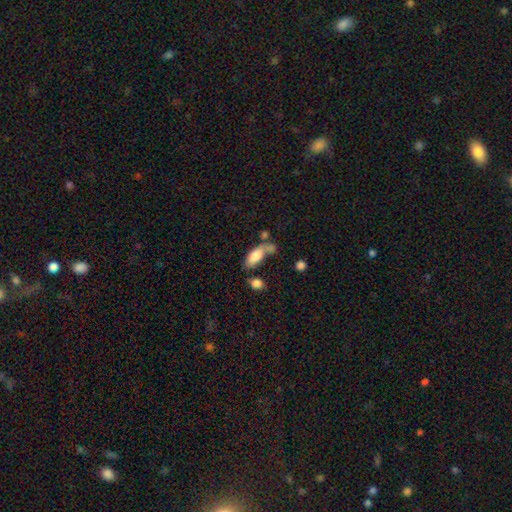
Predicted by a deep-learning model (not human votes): A smooth galaxy with no disk features (80%) that is in between round and cigar-shaped (84%). Merging: none (36%).